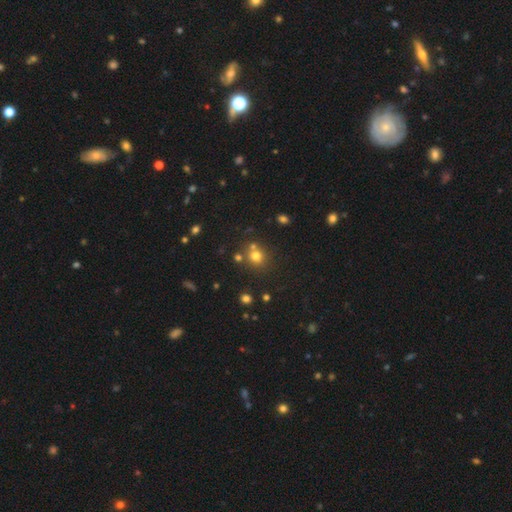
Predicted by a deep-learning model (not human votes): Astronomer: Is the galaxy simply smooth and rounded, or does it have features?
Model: smooth — 71%.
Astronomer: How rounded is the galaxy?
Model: round — 85%.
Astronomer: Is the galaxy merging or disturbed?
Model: none — 66%.